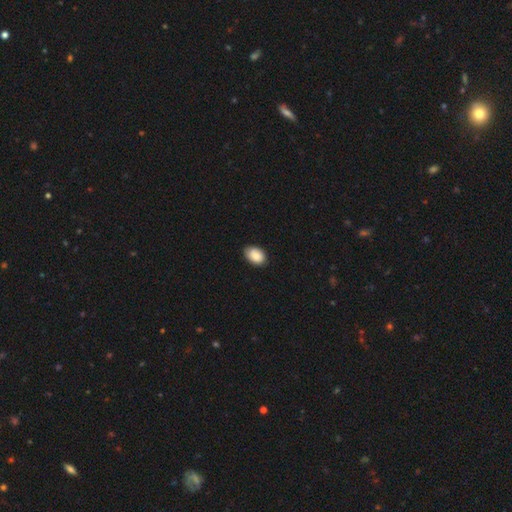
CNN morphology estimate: A smooth galaxy with no disk features (86%) that is in between round and cigar-shaped (86%).

Vote fractions:
- Smooth or featured? smooth: 86% / star or artifact: 7% / featured or disk: 7%
- How rounded? in between: 86% / round: 13% / cigar-shaped: 1%
- Merging? none: 83% / minor disturbance: 14% / major disturbance: 2% / merger: 1%